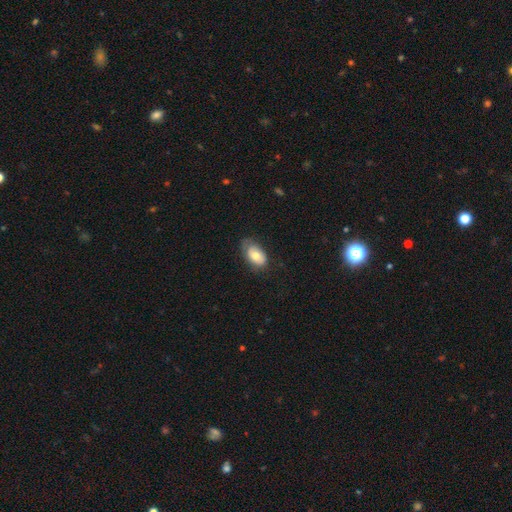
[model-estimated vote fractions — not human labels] A smooth galaxy with no disk features (68%) that is in between round and cigar-shaped (92%). Merging: none (62%).